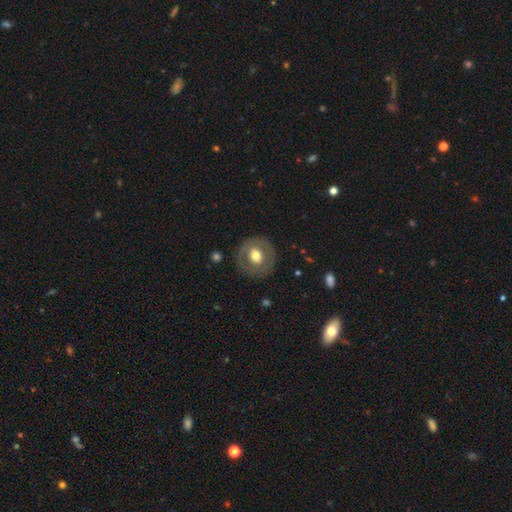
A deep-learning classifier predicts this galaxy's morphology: Smooth or featured? Predicted: smooth (p=0.52). How rounded? Predicted: round (p=0.84). Merging? Predicted: none (p=0.85).